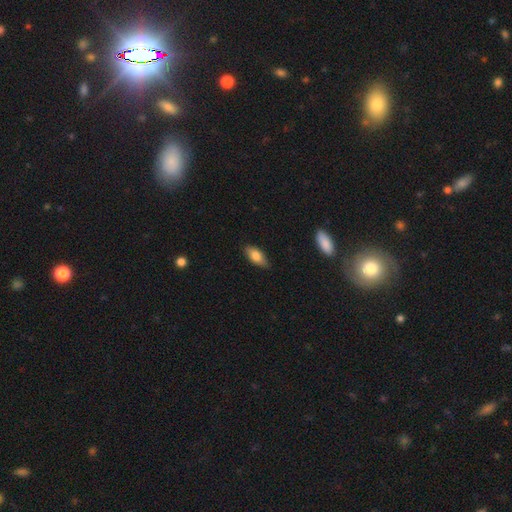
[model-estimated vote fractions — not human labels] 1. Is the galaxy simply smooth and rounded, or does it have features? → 80% smooth, 13% featured or disk, 7% star or artifact.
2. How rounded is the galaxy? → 84% in between, 13% cigar-shaped, 3% round.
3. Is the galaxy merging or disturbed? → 80% none, 16% minor disturbance, 2% major disturbance, 1% merger.